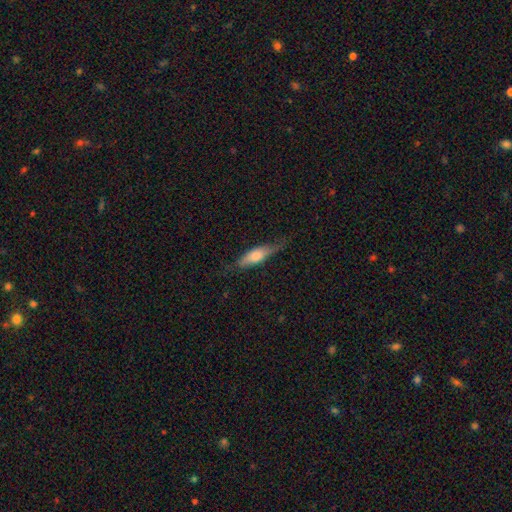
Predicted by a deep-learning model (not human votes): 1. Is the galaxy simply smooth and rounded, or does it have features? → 58% smooth, 36% featured or disk, 6% star or artifact.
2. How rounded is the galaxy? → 55% cigar-shaped, 43% in between, 2% round.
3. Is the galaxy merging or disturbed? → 64% none, 27% minor disturbance, 8% major disturbance, 1% merger.